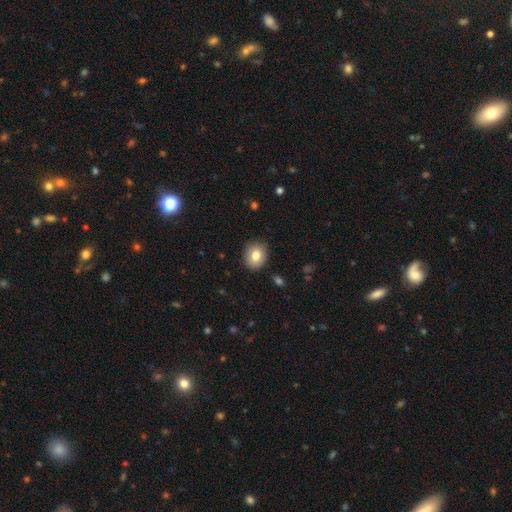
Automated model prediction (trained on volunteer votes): Smooth or featured? smooth (81%)
How rounded? round (65%)
Merging? none (89%)